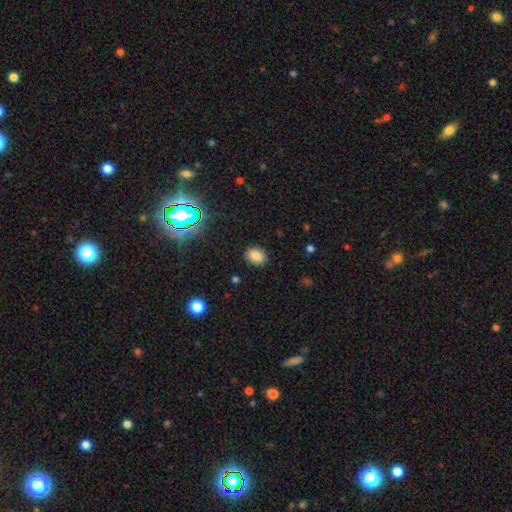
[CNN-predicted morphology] smooth 80%, star or artifact 13%, featured or disk 7%. Down the decision tree: how rounded — in between (55%); merging — none (88%).